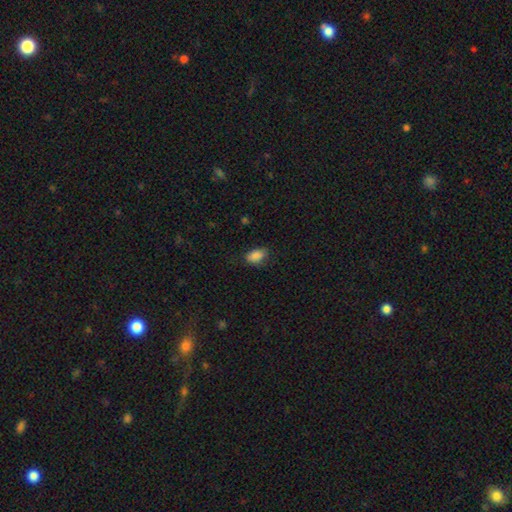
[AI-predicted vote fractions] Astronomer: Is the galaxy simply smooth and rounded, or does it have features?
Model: smooth — 87%.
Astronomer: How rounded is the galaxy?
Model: in between — 89%.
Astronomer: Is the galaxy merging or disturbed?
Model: none — 74%.